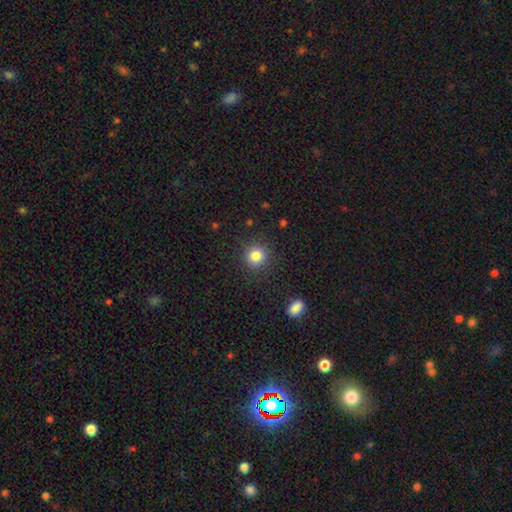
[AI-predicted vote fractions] Smooth or featured: smooth — 83% (star or artifact — 12%)
How rounded: round — 91% (in between — 8%)
Merging: none — 89% (minor disturbance — 7%)